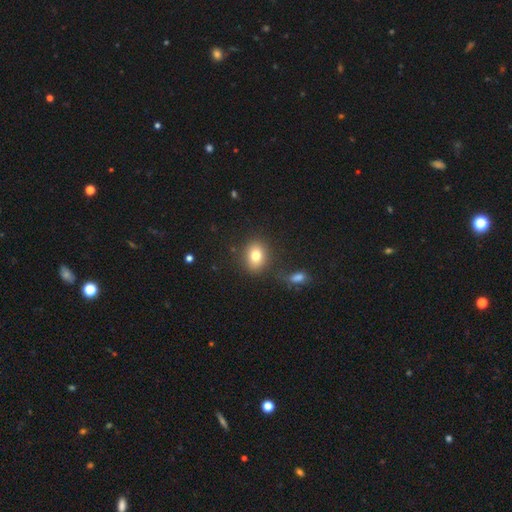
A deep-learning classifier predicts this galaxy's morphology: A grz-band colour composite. It shows a smooth galaxy with no disk features (79%) that is round (54%). Merging: none (80%).